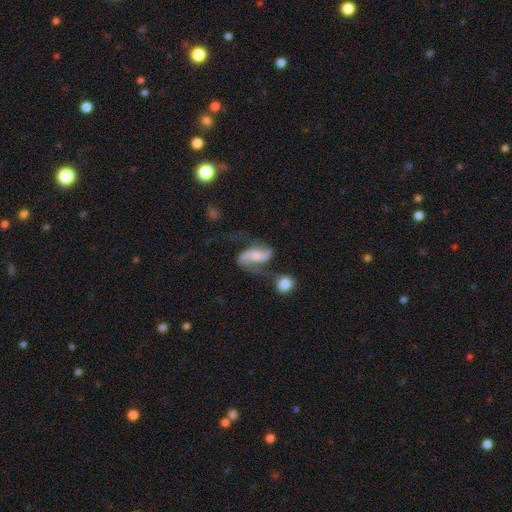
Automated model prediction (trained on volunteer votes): A featured or disk galaxy (73%) with no bar (43%), 2 (91%) loose (65%) spiral arms (93%) and a small central bulge (29%).

Vote fractions:
- Smooth or featured? featured or disk: 73% / smooth: 19% / star or artifact: 8%
- Edge-on disk? no: 96% / yes: 4%
- Bar? no: 43% / weak: 35% / strong: 21%
- Spiral arms? yes: 93% / no: 7%
- Spiral winding? loose: 65% / medium: 27% / tight: 7%
- Spiral arm count? 2: 91% / 1: 3% / can't tell: 3% / 3: 1% / 4: 1% / more than 4: 1%
- Bulge size? small: 29% / none: 27% / moderate: 26% / large: 14% / dominant: 4%
- Merging? none: 41% / major disturbance: 23% / minor disturbance: 21% / merger: 15%